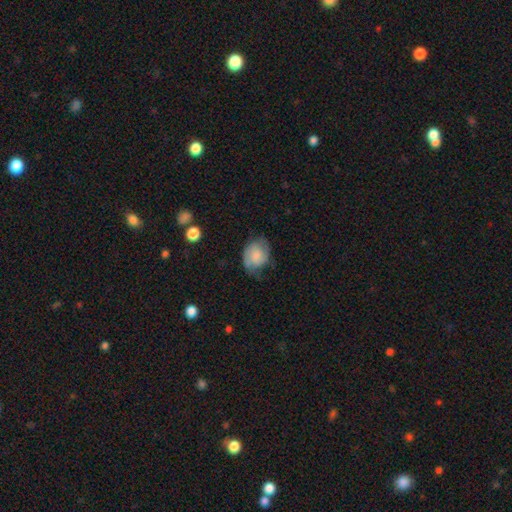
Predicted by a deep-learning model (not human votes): Smooth or featured? smooth (60%)
How rounded? in between (54%)
Merging? none (57%)